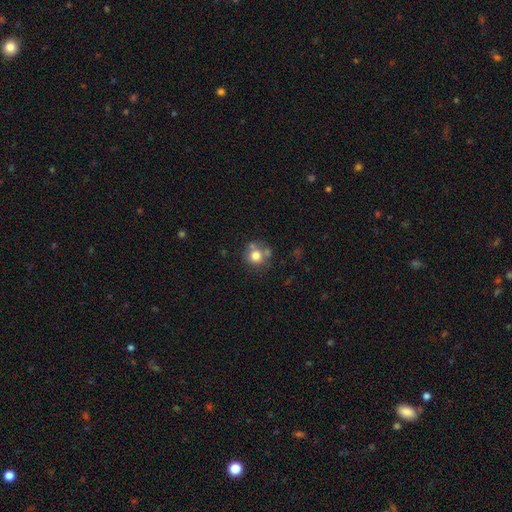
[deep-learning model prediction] A smooth galaxy with no disk features (74%) that is round (87%).

Vote fractions:
- Smooth or featured? smooth: 74% / featured or disk: 14% / star or artifact: 12%
- How rounded? round: 87% / in between: 12% / cigar-shaped: 1%
- Merging? none: 59% / merger: 23% / minor disturbance: 13% / major disturbance: 5%